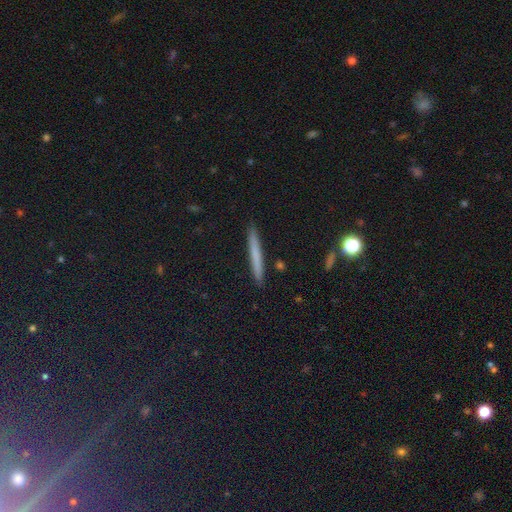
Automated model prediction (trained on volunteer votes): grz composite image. It shows a smooth galaxy with no disk features (65%) that is cigar-shaped (96%). Merging: none (91%).